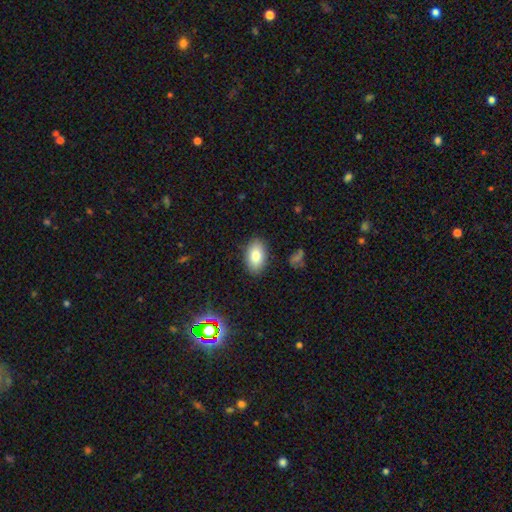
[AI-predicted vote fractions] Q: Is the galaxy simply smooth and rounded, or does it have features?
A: smooth — 83%.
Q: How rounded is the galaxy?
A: in between — 92%.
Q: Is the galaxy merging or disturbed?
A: none — 86%.